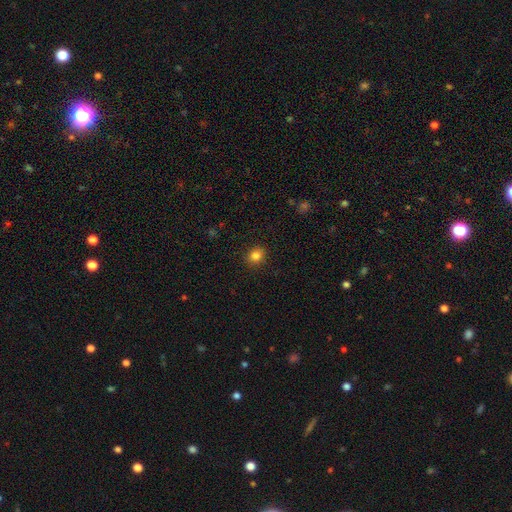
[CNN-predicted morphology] smooth 83%, star or artifact 11%, featured or disk 5%. Down the decision tree: how rounded — round (67%); merging — none (90%).